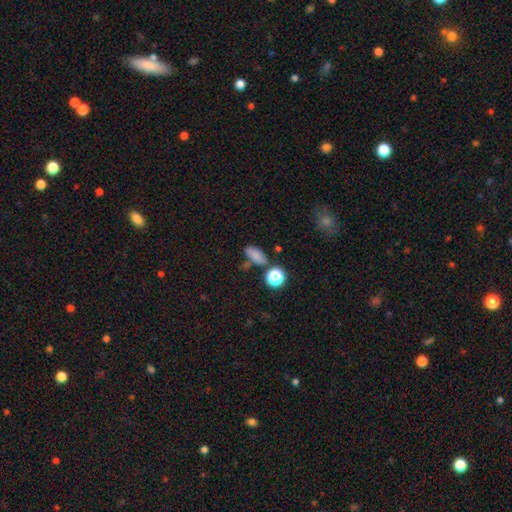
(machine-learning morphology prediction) A smooth galaxy with no disk features (73%) that is in between round and cigar-shaped (80%). Merging: none (59%).